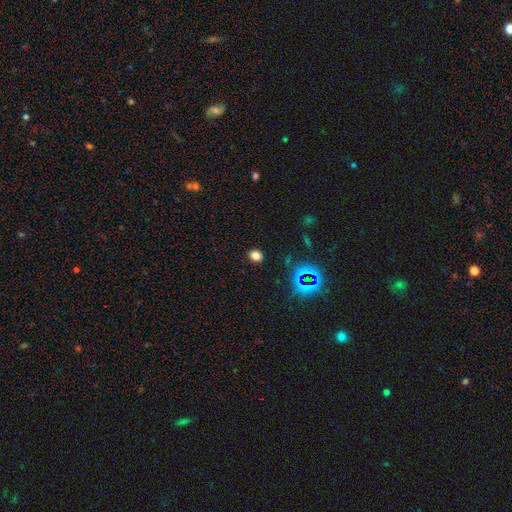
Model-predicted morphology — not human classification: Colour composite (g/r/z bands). It shows a smooth galaxy with no disk features (73%) that is round (64%). Merging: none (88%).